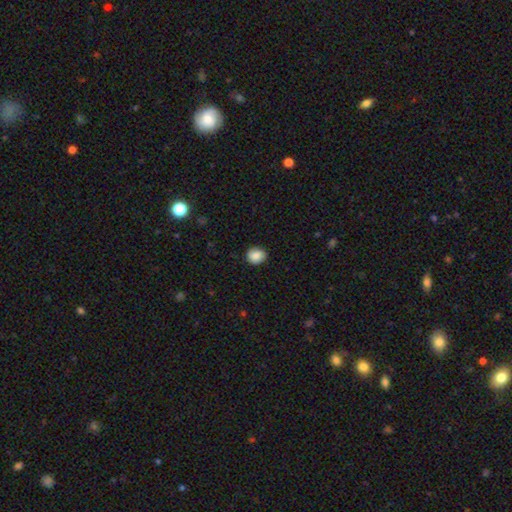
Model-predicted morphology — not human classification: Q: Smooth or featured?
A: smooth (85%); runner-up: star or artifact (8%)
Q: How rounded?
A: round (72%); runner-up: in between (28%)
Q: Merging?
A: none (86%); runner-up: minor disturbance (11%)